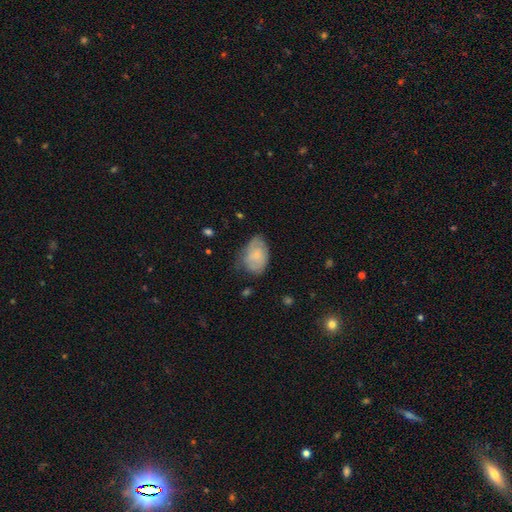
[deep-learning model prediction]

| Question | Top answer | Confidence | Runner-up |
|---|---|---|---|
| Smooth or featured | smooth | 59% | featured or disk (34%) |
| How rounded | in between | 82% | round (16%) |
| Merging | none | 49% | minor disturbance (36%) |